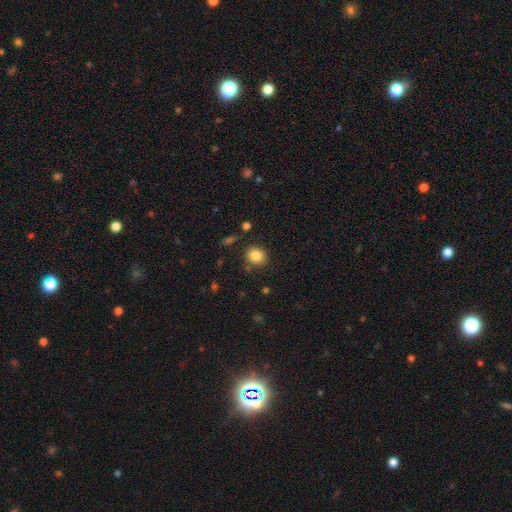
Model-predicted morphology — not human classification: type=smooth (85%); roundness=round (81%); merging=none (84%).